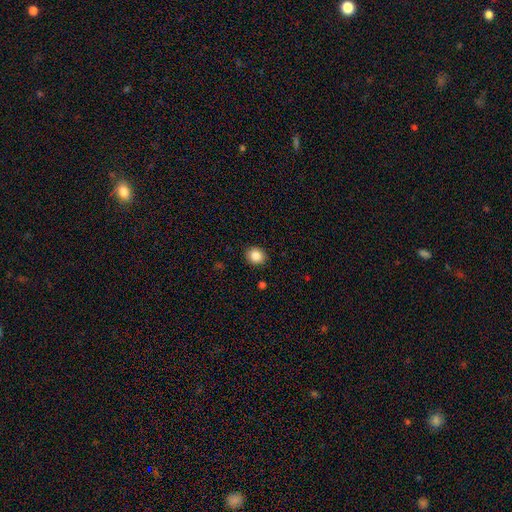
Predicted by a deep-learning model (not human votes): A smooth galaxy with no disk features (86%) that is round (70%). Merging: none (90%).